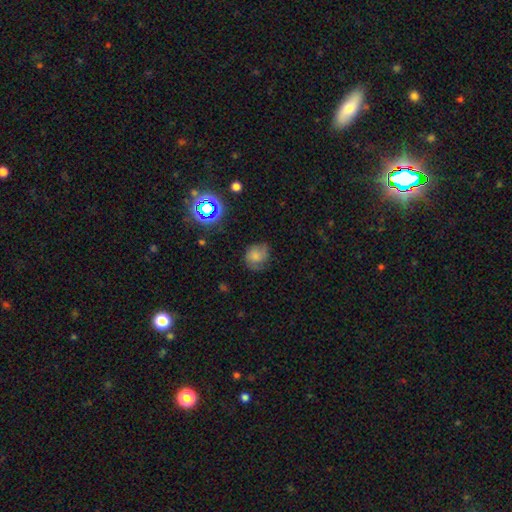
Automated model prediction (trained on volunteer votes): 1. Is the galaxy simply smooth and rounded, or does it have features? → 64% smooth, 21% featured or disk, 15% star or artifact.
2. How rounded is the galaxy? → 67% round, 32% in between, 1% cigar-shaped.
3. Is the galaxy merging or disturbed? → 56% none, 30% minor disturbance, 13% major disturbance, 2% merger.